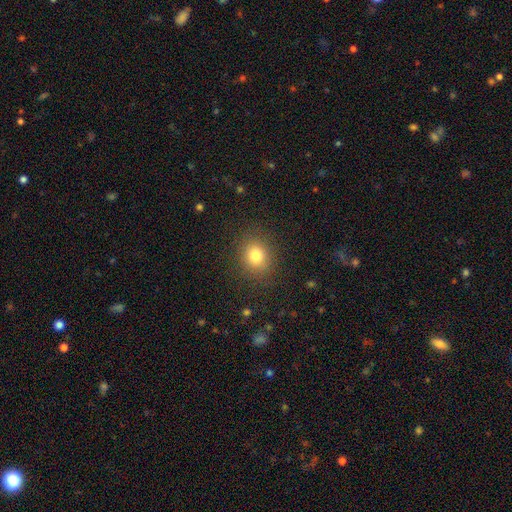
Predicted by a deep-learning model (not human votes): Morphology: type=smooth (79%); roundness=round (72%); merging=none (87%).